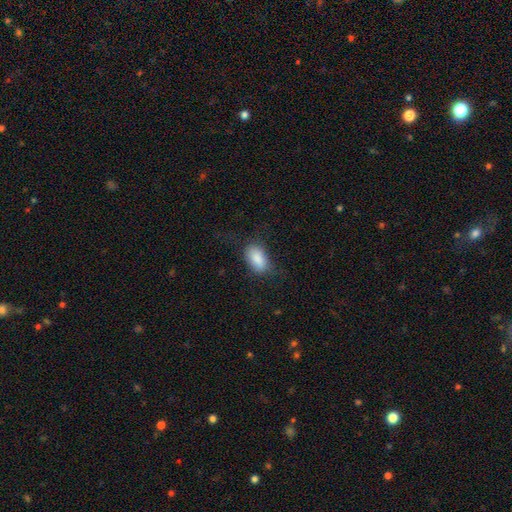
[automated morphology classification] Smooth or featured? smooth (84%)
How rounded? in between (90%)
Merging? none (65%)